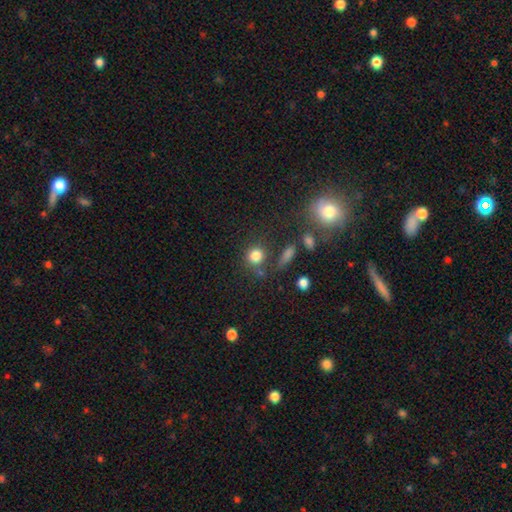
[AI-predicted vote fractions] Smooth or featured? smooth (81%)
How rounded? round (83%)
Merging? none (68%)